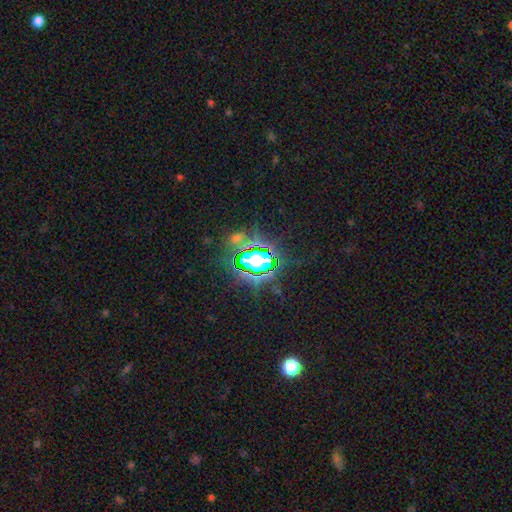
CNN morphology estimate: This is clearly a star or artifact rather than a galaxy (83%).